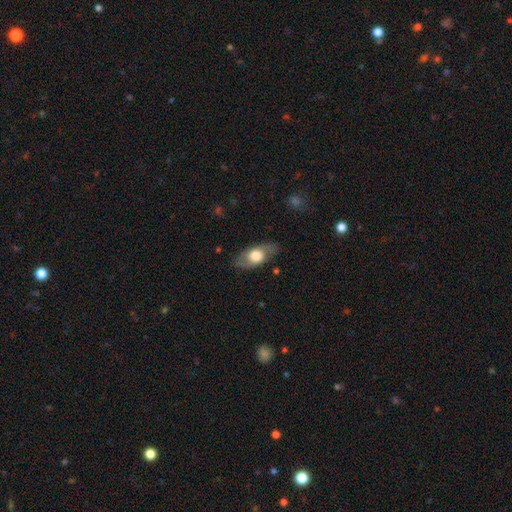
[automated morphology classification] smooth-or-featured: smooth: 52% | featured or disk: 42% | star or artifact: 6%
  how-rounded: in between: 83% | cigar-shaped: 9% | round: 8%
  merging: none: 79% | minor disturbance: 14% | major disturbance: 5% | merger: 1%